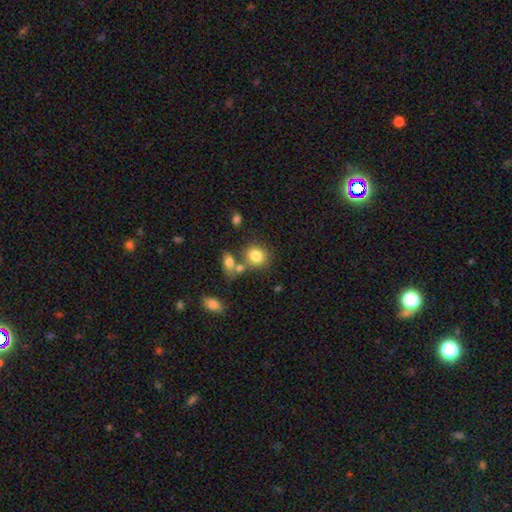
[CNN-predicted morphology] Smooth or featured? Predicted: smooth (p=0.82). How rounded? Predicted: round (p=0.72). Merging? Predicted: none (p=0.61).